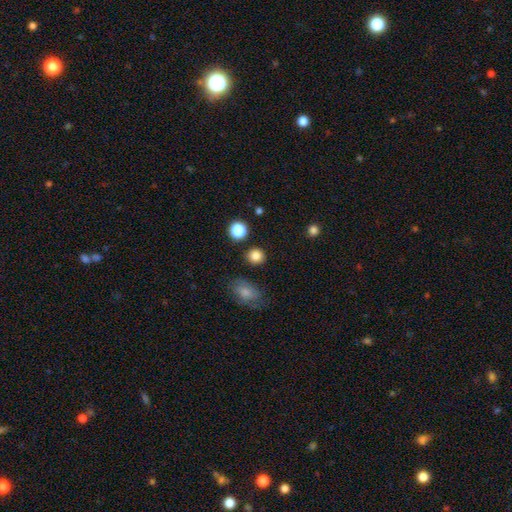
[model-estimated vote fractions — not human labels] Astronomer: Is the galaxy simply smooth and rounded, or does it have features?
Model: smooth — 84%.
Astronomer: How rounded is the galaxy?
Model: round — 86%.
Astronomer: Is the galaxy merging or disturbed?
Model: none — 87%.